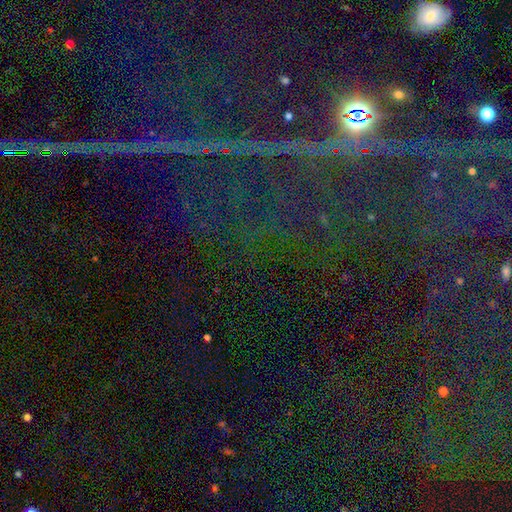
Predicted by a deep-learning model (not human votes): Smooth or featured: star or artifact — 83% (featured or disk — 8%)